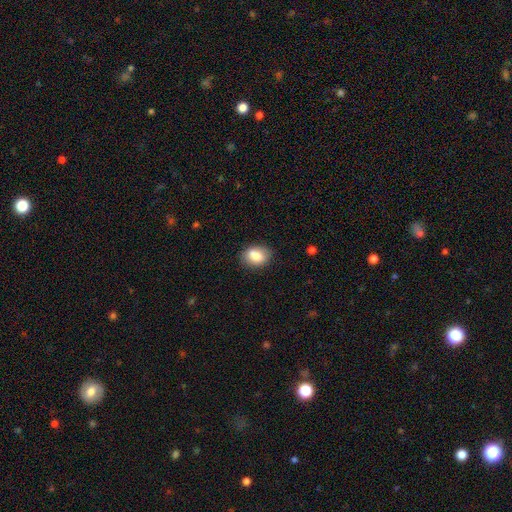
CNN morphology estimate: smooth_or_featured: smooth (p=0.83) [alt: featured or disk p=0.09]
how_rounded: in between (p=0.73) [alt: round p=0.26]
merging: none (p=0.81) [alt: minor disturbance p=0.14]